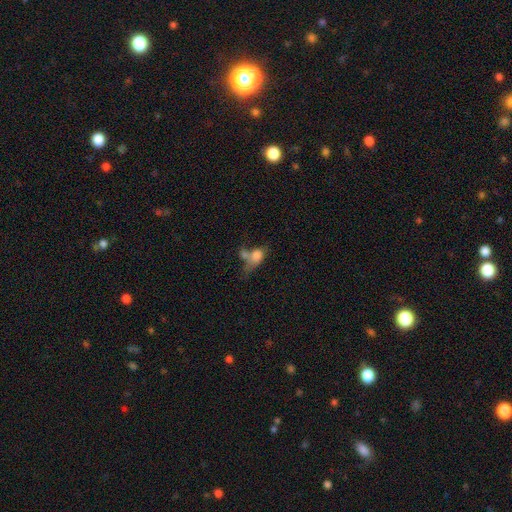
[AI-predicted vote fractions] The model was most divided on "merging": merger: 49%, major disturbance: 19%, none: 19%, minor disturbance: 13%. More confident: smooth or featured — smooth (70%); how rounded — in between (69%).